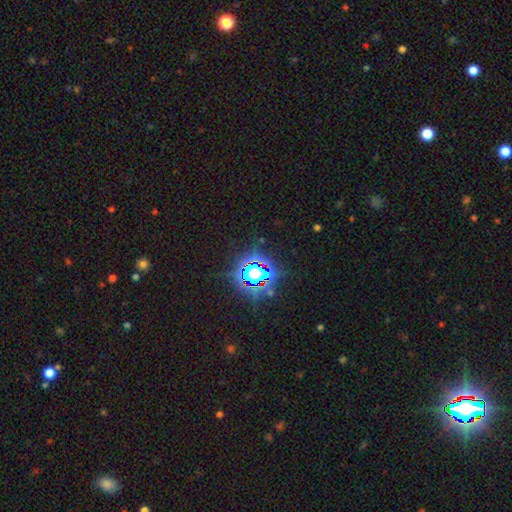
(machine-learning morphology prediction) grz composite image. It shows a star or artifact, not a galaxy (83%).